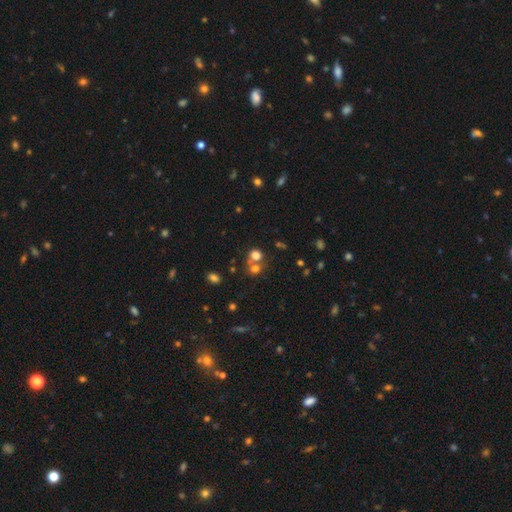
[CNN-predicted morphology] smooth 71%, star or artifact 19%, featured or disk 10%. Down the decision tree: how rounded — round (75%); merging — none (44%).